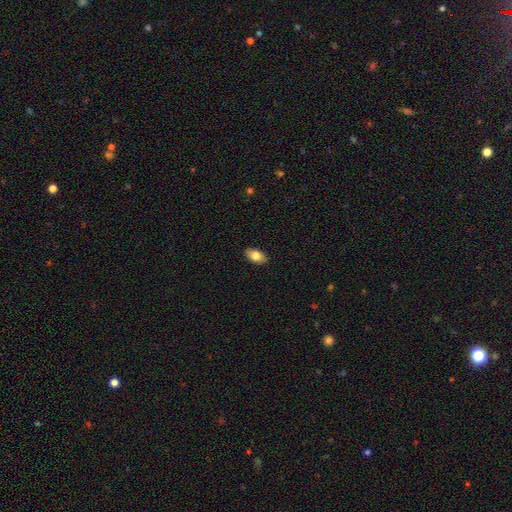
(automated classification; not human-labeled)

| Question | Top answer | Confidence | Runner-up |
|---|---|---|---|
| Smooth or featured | smooth | 81% | featured or disk (12%) |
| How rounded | in between | 93% | round (5%) |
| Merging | none | 90% | minor disturbance (8%) |